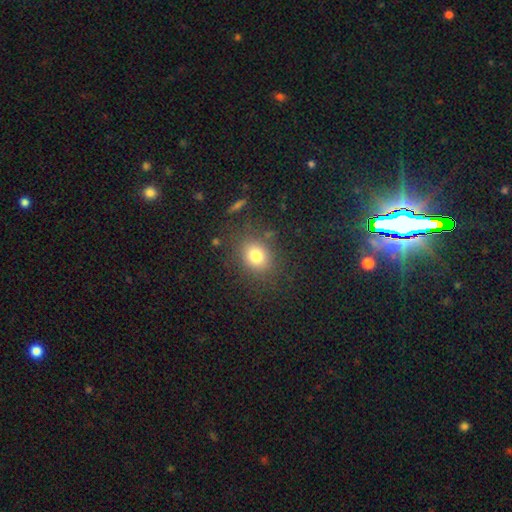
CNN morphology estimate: smooth_or_featured: smooth (p=0.78) [alt: star or artifact p=0.13]
how_rounded: round (p=0.62) [alt: in between p=0.36]
merging: none (p=0.82) [alt: minor disturbance p=0.11]